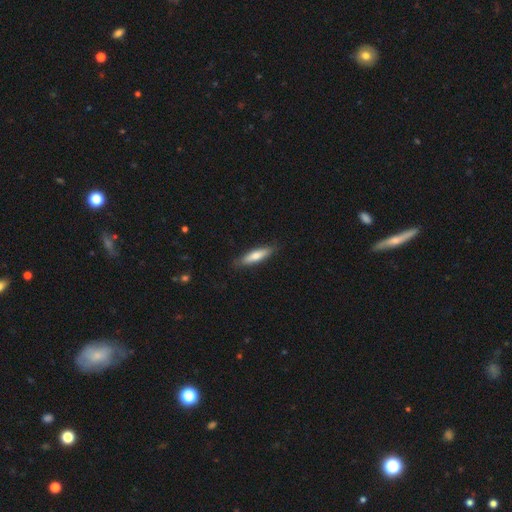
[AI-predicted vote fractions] Smooth or featured?
  - smooth: 71% *
  - featured or disk: 24%
  - star or artifact: 5%
How rounded?
  - cigar-shaped: 74% *
  - in between: 24%
  - round: 1%
Merging?
  - none: 87% *
  - minor disturbance: 10%
  - major disturbance: 2%
  - merger: 1%